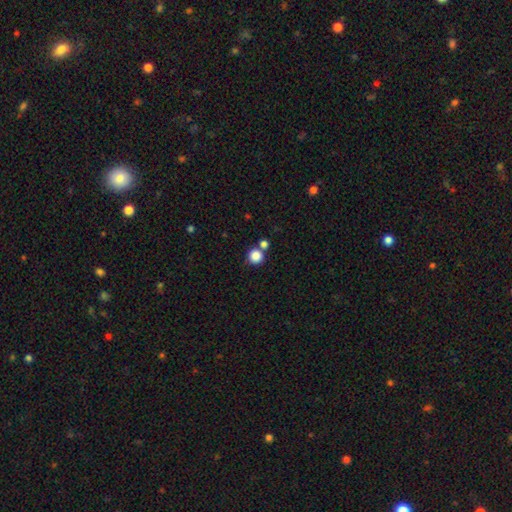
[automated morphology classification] Overall: smooth (85%). How rounded: round (93%). Merging: none (68%).